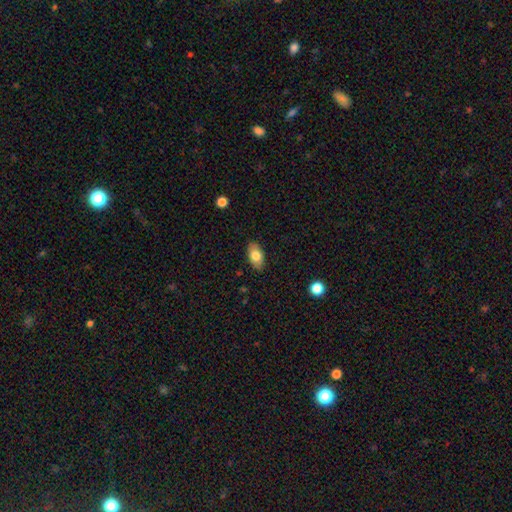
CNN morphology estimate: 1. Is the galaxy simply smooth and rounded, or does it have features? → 78% smooth, 15% featured or disk, 7% star or artifact.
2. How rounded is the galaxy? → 93% in between, 5% round, 2% cigar-shaped.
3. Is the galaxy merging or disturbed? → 88% none, 9% minor disturbance, 2% major disturbance, 1% merger.